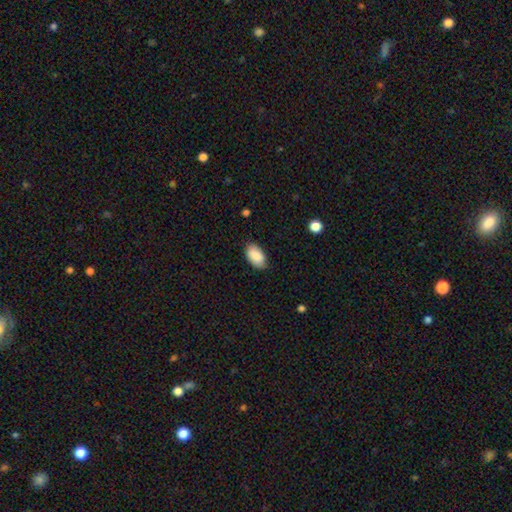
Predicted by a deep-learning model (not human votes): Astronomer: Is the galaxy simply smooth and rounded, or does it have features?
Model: smooth — 89%.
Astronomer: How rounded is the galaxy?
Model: in between — 95%.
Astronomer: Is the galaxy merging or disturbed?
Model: none — 84%.